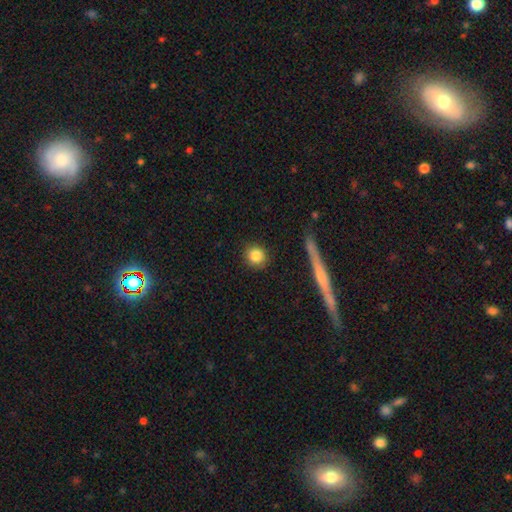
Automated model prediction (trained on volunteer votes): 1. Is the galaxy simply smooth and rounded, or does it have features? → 85% smooth, 8% star or artifact, 7% featured or disk.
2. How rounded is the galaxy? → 89% round, 9% in between, 2% cigar-shaped.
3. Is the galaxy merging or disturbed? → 89% none, 7% minor disturbance, 2% major disturbance, 2% merger.